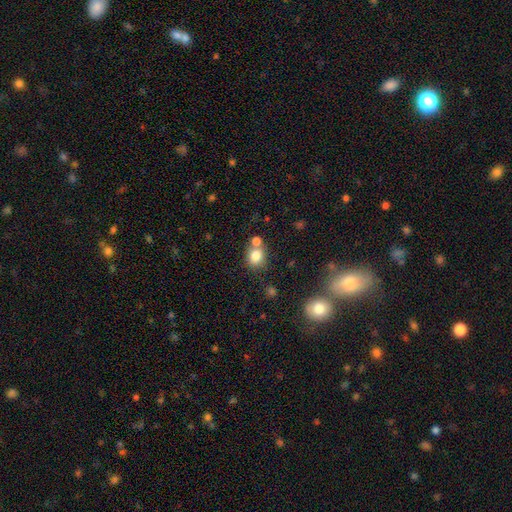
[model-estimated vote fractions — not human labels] smooth_or_featured: smooth (p=0.81) [alt: star or artifact p=0.11]
how_rounded: round (p=0.67) [alt: in between p=0.32]
merging: none (p=0.56) [alt: merger p=0.28]